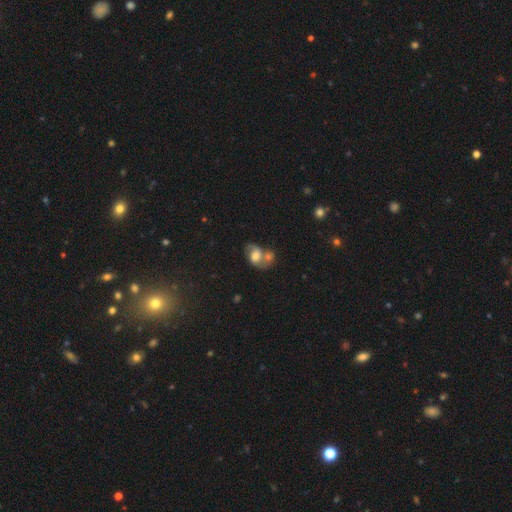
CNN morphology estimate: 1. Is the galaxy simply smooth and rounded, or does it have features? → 47% smooth, 43% featured or disk, 10% star or artifact.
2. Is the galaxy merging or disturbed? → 55% merger, 24% none, 12% minor disturbance, 8% major disturbance.